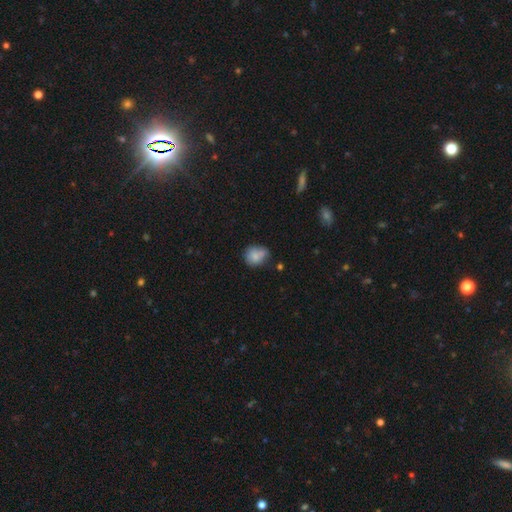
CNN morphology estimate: This appears to be a smooth galaxy with no disk features (78%) that is round (64%). Merging: none (48%).